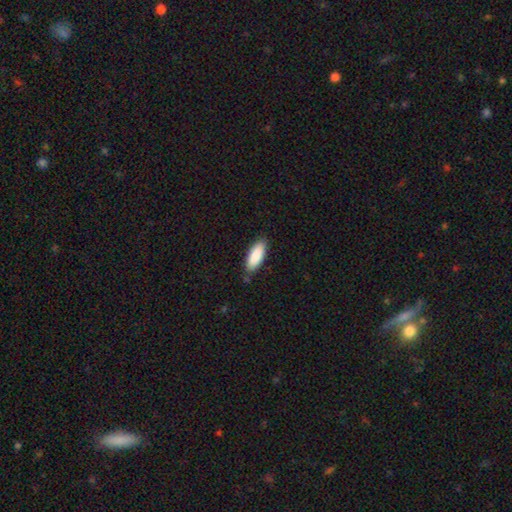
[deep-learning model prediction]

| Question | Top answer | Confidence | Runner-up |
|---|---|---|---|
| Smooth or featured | smooth | 89% | featured or disk (6%) |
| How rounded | in between | 76% | cigar-shaped (22%) |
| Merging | none | 83% | minor disturbance (13%) |